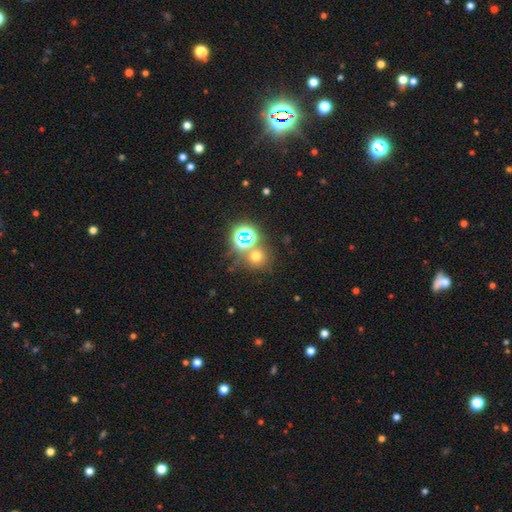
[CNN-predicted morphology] A smooth galaxy with no disk features (56%) that is round (87%). Merging: none (69%).